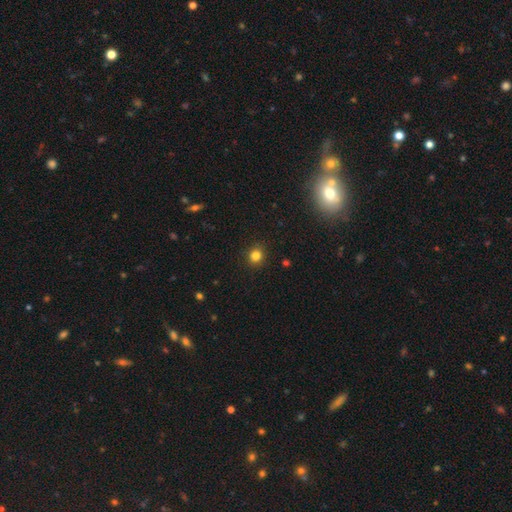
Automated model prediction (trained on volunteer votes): smooth_or_featured: smooth (p=0.82) [alt: star or artifact p=0.13]
how_rounded: round (p=0.88) [alt: in between p=0.11]
merging: none (p=0.91) [alt: minor disturbance p=0.06]